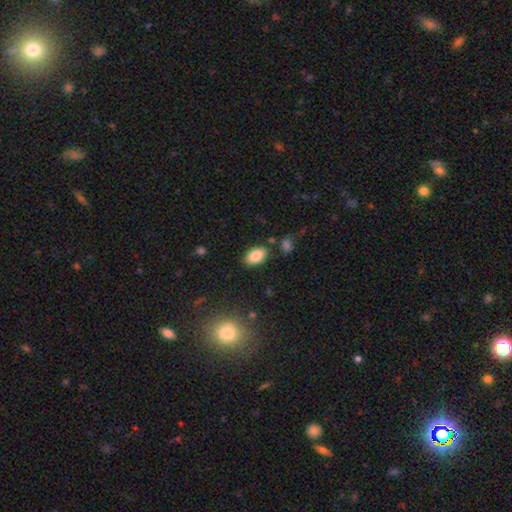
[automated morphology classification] smooth-or-featured: smooth: 84% | star or artifact: 9% | featured or disk: 8%
  how-rounded: in between: 91% | round: 8% | cigar-shaped: 2%
  merging: none: 84% | minor disturbance: 10% | merger: 3% | major disturbance: 3%